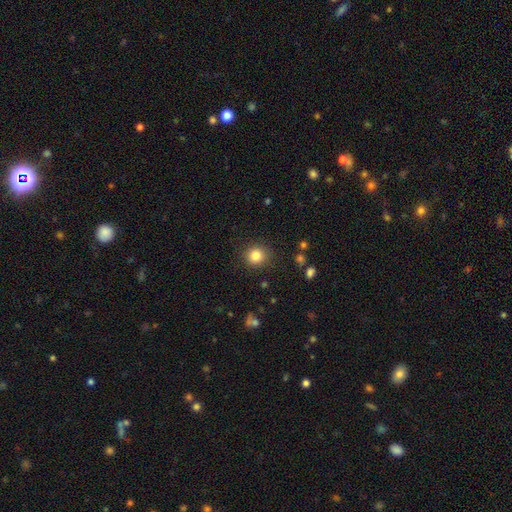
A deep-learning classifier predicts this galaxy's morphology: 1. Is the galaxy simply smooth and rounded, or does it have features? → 83% smooth, 11% star or artifact, 5% featured or disk.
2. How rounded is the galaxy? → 89% round, 10% in between, 1% cigar-shaped.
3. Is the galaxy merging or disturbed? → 89% none, 7% minor disturbance, 3% major disturbance, 1% merger.